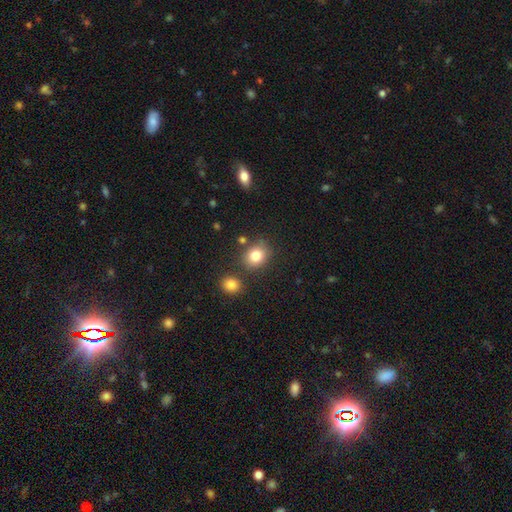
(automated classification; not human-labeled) A smooth galaxy with no disk features (82%) that is round (61%). Merging: none (75%).